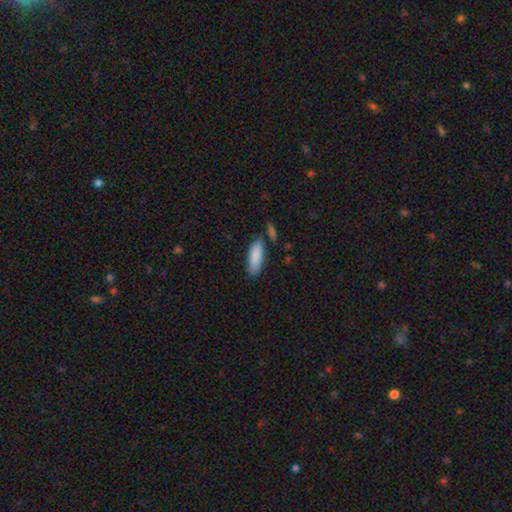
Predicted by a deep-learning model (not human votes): Smooth or featured? Predicted: smooth (p=0.87). How rounded? Predicted: in between (p=0.63). Merging? Predicted: none (p=0.74).